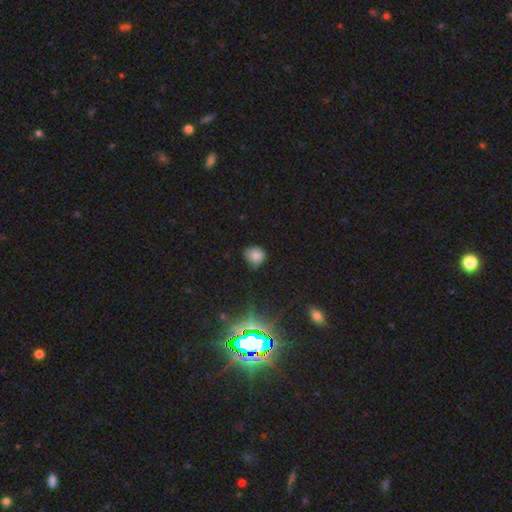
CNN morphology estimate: This appears to be a smooth galaxy with no disk features (78%) that is round (80%). Merging: none (64%).